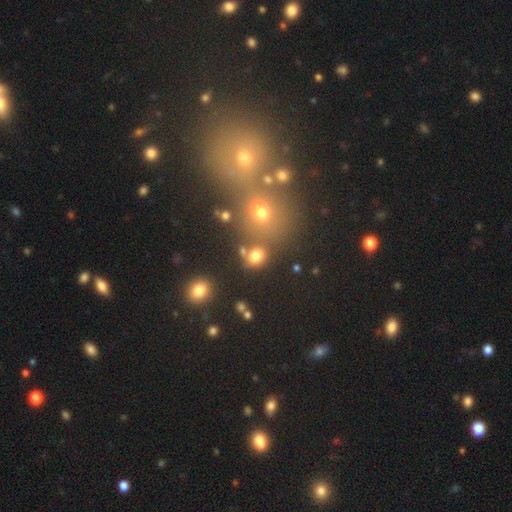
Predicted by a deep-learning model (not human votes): Morphology: type=smooth (73%); roundness=round (56%); merging=none (62%).